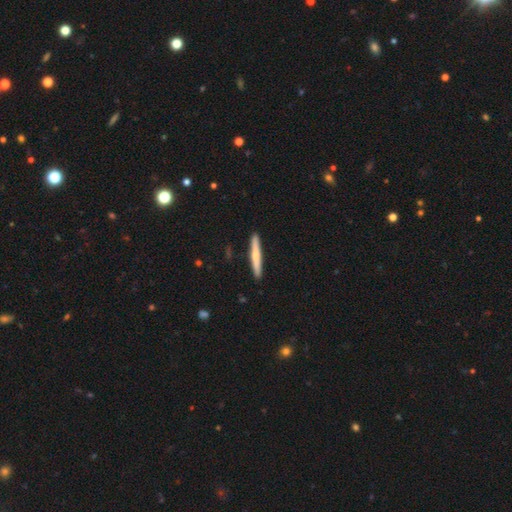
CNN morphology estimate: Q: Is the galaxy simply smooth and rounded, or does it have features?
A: smooth — 60%.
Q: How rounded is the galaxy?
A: cigar-shaped — 96%.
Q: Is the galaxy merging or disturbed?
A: none — 92%.